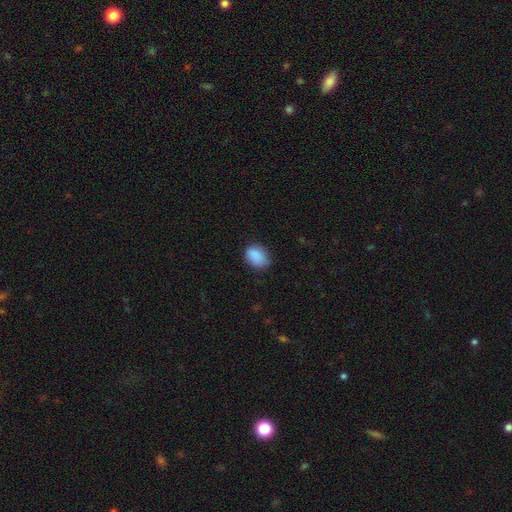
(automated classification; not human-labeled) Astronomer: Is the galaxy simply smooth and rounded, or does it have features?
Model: smooth — 88%.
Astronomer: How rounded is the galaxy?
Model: in between — 69%.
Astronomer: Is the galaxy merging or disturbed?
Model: none — 68%.